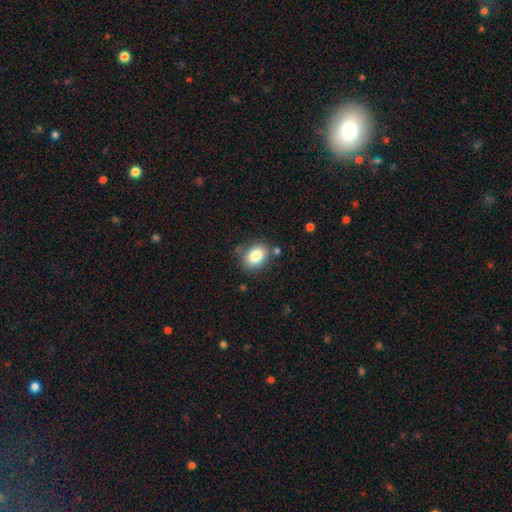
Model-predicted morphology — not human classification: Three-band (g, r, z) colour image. It shows a smooth galaxy with no disk features (83%) that is in between round and cigar-shaped (68%). Merging: none (77%).